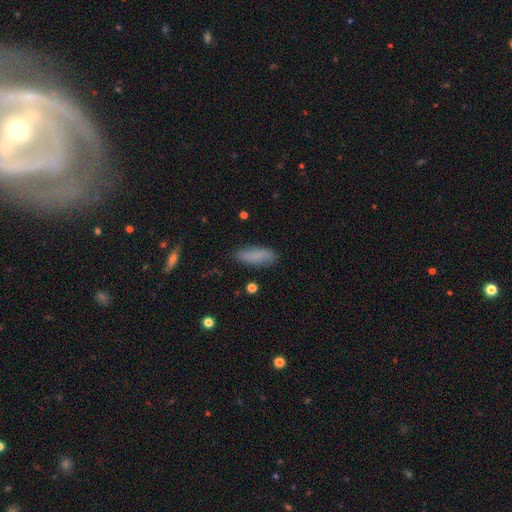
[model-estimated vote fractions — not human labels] This appears to be a smooth galaxy with no disk features (84%) that is in between round and cigar-shaped (59%). Merging: none (82%).